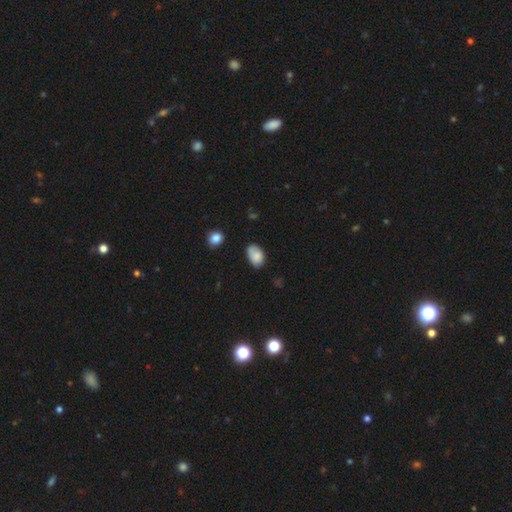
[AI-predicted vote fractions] smooth_or_featured: smooth (p=0.81) [alt: featured or disk p=0.10]
how_rounded: in between (p=0.87) [alt: round p=0.12]
merging: none (p=0.56) [alt: minor disturbance p=0.33]